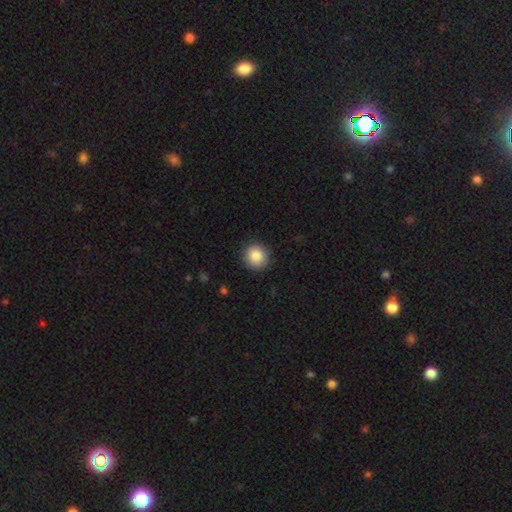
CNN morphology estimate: Smooth or featured? smooth (88%)
How rounded? round (93%)
Merging? none (90%)